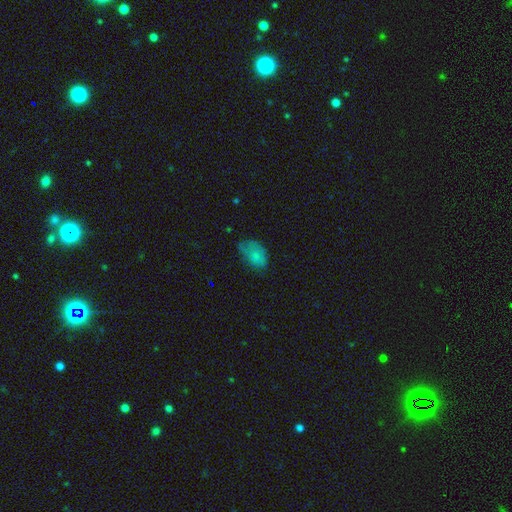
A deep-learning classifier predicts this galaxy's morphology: Overall: smooth (75%). How rounded: in between (90%). Merging: none (43%; minor disturbance 37%).